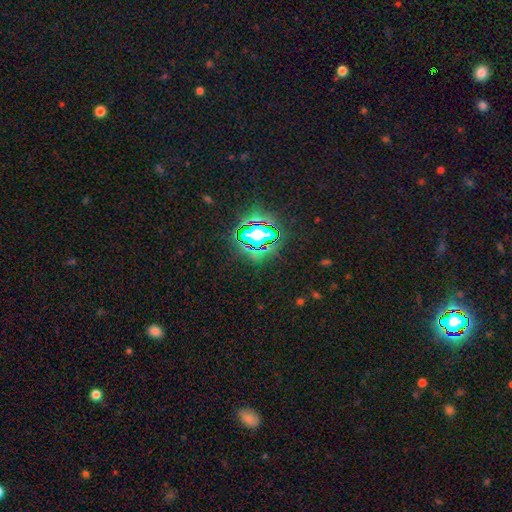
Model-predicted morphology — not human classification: This is likely a star or artifact rather than a galaxy (75%).